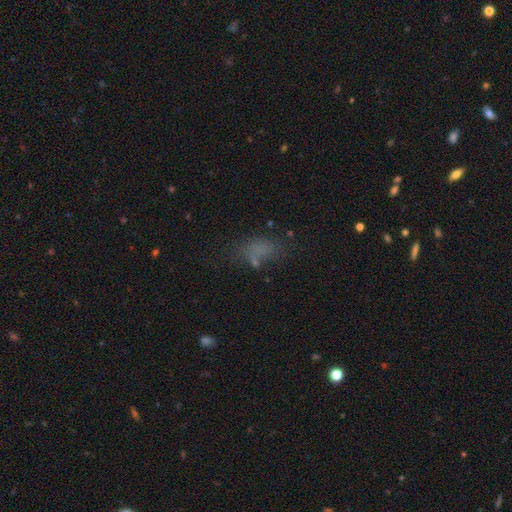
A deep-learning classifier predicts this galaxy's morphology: The model was most divided on "merging": none: 48%, major disturbance: 23%, minor disturbance: 22%, merger: 7%. More confident: how rounded — in between (83%); smooth or featured — smooth (60%).